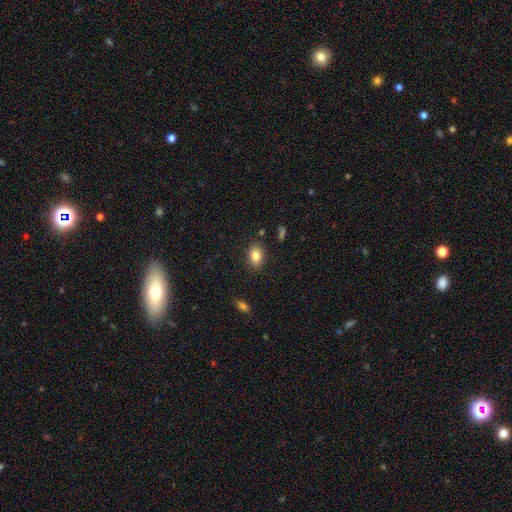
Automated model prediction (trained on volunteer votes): smooth_or_featured: smooth (p=0.82) [alt: featured or disk p=0.09]
how_rounded: in between (p=0.83) [alt: round p=0.15]
merging: none (p=0.86) [alt: minor disturbance p=0.10]